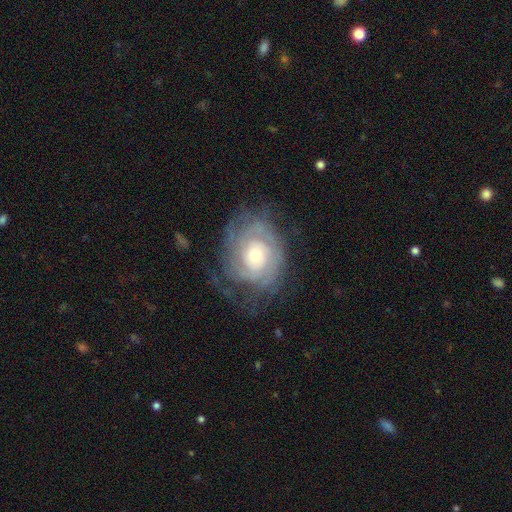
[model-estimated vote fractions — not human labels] Smooth or featured?
  - featured or disk: 81% *
  - smooth: 13%
  - star or artifact: 6%
Edge-on disk?
  - no: 97% *
  - yes: 3%
Bar?
  - no: 77% *
  - weak: 19%
  - strong: 4%
Spiral arms?
  - yes: 92% *
  - no: 8%
Spiral winding?
  - tight: 72% *
  - medium: 22%
  - loose: 7%
Spiral arm count?
  - can't tell: 45% *
  - 2: 22%
  - 3: 14%
  - 4: 8%
  - more than 4: 5%
  - 1: 5%
Bulge size?
  - moderate: 50% *
  - small: 38%
  - large: 10%
  - none: 2%
  - dominant: 1%
Merging?
  - none: 63% *
  - minor disturbance: 21%
  - major disturbance: 15%
  - merger: 1%